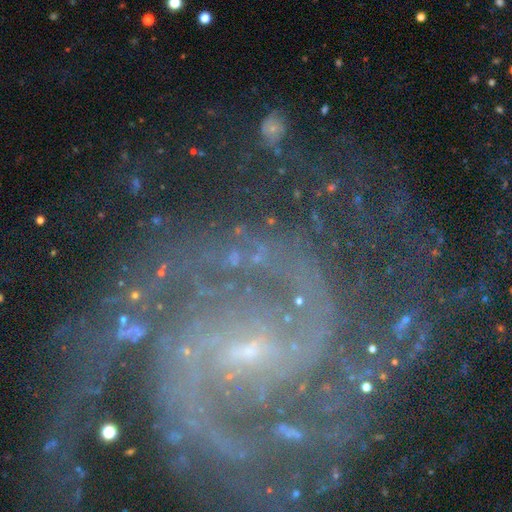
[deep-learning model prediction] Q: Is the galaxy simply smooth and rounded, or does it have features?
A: featured or disk — 85%.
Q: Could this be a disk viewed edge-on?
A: no — 98%.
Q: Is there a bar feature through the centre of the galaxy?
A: weak — 46%.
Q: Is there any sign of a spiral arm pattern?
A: yes — 97%.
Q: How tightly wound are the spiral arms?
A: medium — 46%.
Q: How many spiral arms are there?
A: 2 — 60%.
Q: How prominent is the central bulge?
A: small — 78%.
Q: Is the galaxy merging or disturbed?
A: none — 67%.